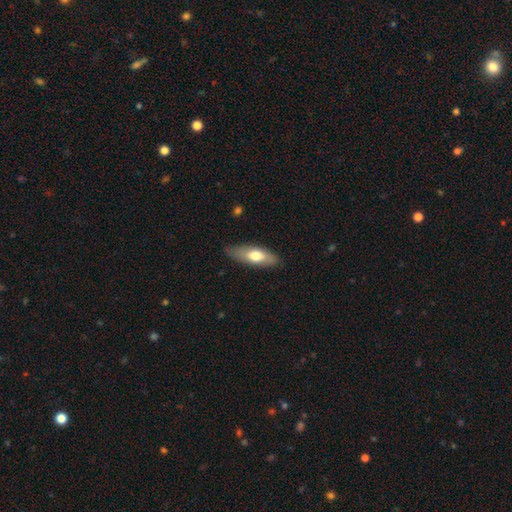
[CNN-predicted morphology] smooth 65%, featured or disk 29%, star or artifact 6%. Down the decision tree: how rounded — in between (66%); merging — none (78%).